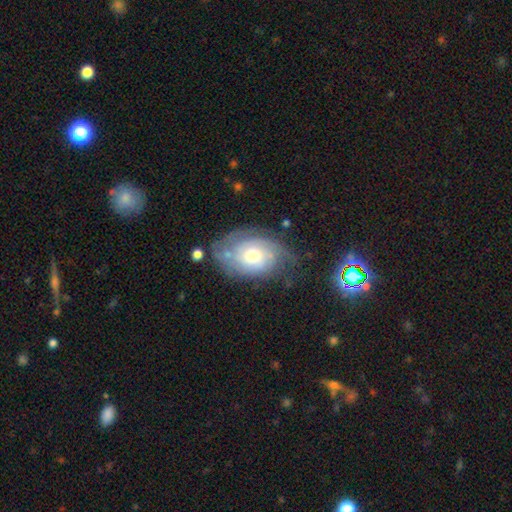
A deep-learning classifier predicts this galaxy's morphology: This appears to be a featured or disk galaxy (68%) with no bar (79%), tight (58%) spiral arms (85%) and a moderate central bulge (60%). Merging: none (57%).